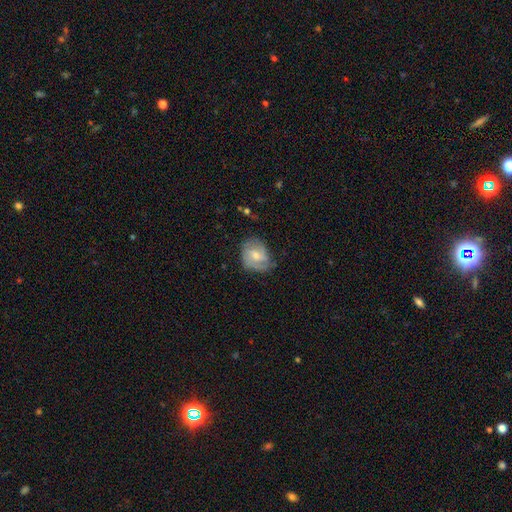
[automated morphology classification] This is likely a featured or disk galaxy (62%). It is clearly not viewed edge-on (97%). Bar: possibly weak (48%). Spiral arm pattern: clearly yes (87%). Spiral arm count: possibly 2 (54%). Spiral winding: marginally tight (42%). Central bulge: possibly moderate (50%). Merging: possibly none (59%).